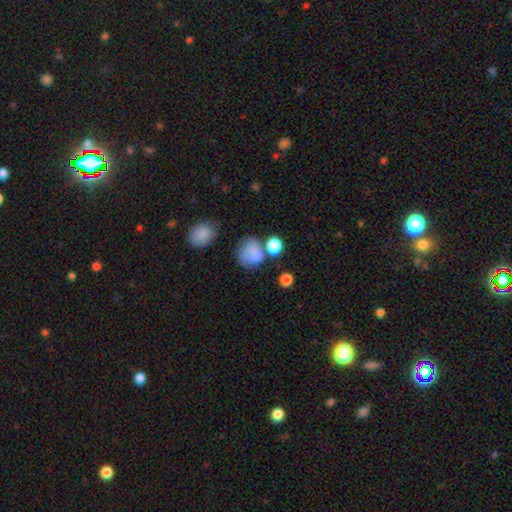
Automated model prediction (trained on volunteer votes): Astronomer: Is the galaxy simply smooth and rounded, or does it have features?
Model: smooth — 70%.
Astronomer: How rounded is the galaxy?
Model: round — 72%.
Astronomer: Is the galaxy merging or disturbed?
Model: none — 48%.